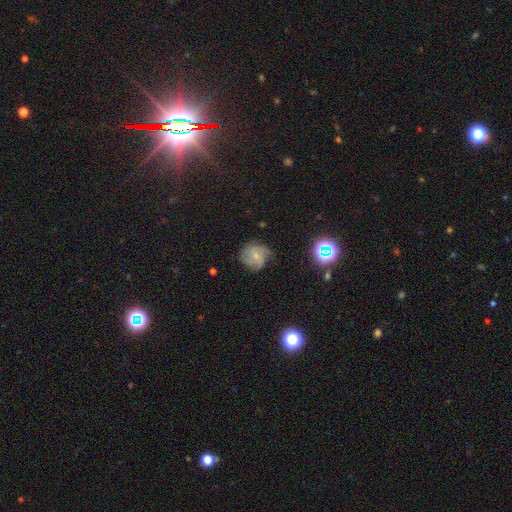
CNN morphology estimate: Smooth or featured?
  - featured or disk: 53% *
  - smooth: 34%
  - star or artifact: 13%
Edge-on disk?
  - no: 97% *
  - yes: 3%
Bar?
  - no: 64% *
  - weak: 31%
  - strong: 5%
Spiral arms?
  - yes: 86% *
  - no: 14%
Bulge size?
  - small: 68% *
  - moderate: 24%
  - none: 6%
  - large: 1%
  - dominant: 1%
Merging?
  - none: 60% *
  - minor disturbance: 27%
  - major disturbance: 11%
  - merger: 2%